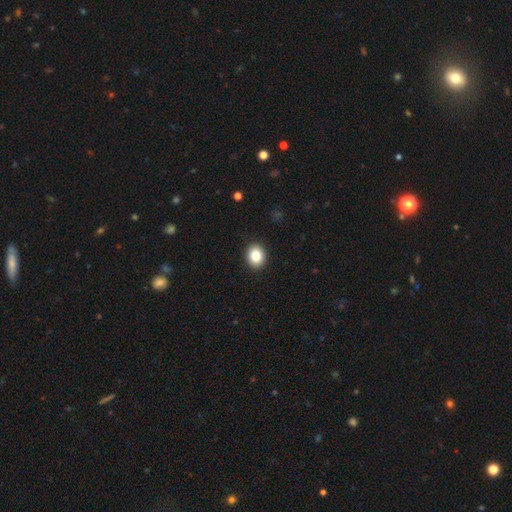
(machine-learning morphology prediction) Q: Smooth or featured?
A: smooth (84%); runner-up: star or artifact (9%)
Q: How rounded?
A: round (57%); runner-up: in between (42%)
Q: Merging?
A: none (91%); runner-up: minor disturbance (6%)